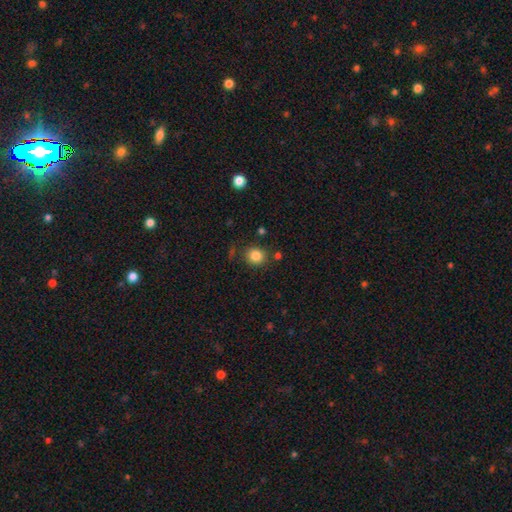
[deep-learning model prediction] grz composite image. It shows a smooth galaxy with no disk features (84%) that is round (83%). Merging: none (83%).